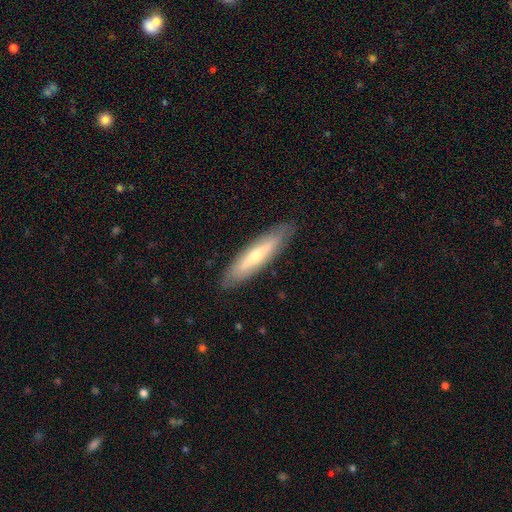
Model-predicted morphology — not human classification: This appears to be a featured or disk galaxy (46%, tied with smooth). Merging: none (88%).